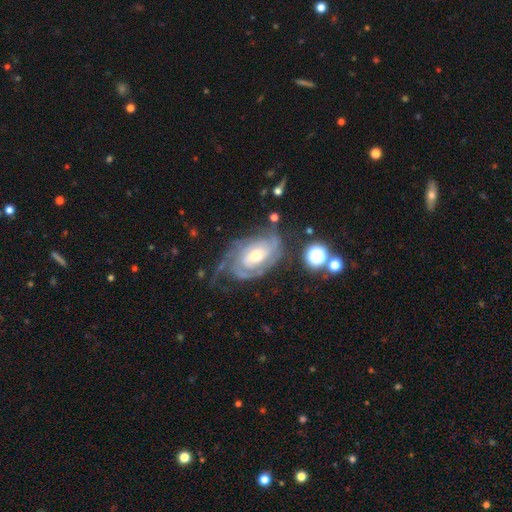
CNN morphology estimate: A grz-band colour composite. It shows a featured or disk galaxy (86%) with no bar (54%), tight (63%) spiral arms (95%) and a moderate central bulge (66%). Merging: none (54%).